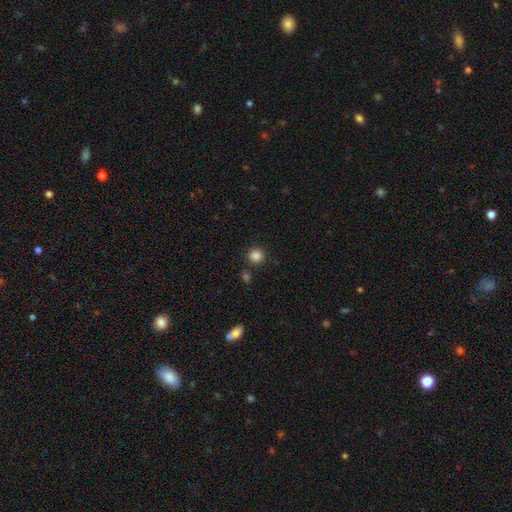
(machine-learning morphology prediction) Smooth or featured? smooth (86%)
How rounded? round (92%)
Merging? none (85%)